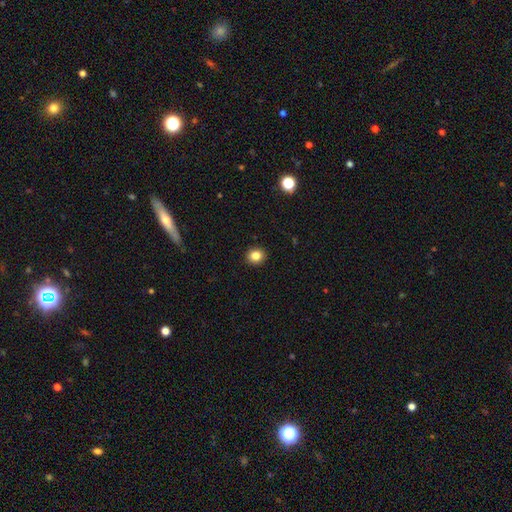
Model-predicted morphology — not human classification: Overall: smooth (83%). How rounded: round (81%). Merging: none (92%).